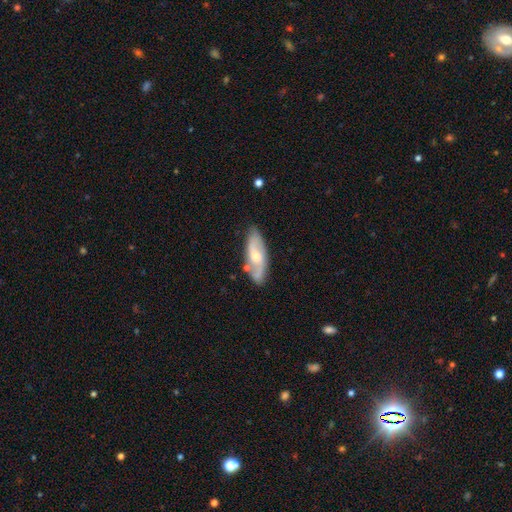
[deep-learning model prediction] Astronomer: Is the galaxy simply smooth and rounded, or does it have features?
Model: featured or disk — 64%.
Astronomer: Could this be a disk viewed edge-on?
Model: no — 85%.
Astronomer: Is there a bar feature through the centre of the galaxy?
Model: no — 51% (runner-up: weak, 39%).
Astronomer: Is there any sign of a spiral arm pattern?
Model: yes — 85%.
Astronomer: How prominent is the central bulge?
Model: moderate — 50% (runner-up: small, 45%).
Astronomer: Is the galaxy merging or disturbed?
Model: none — 75%.